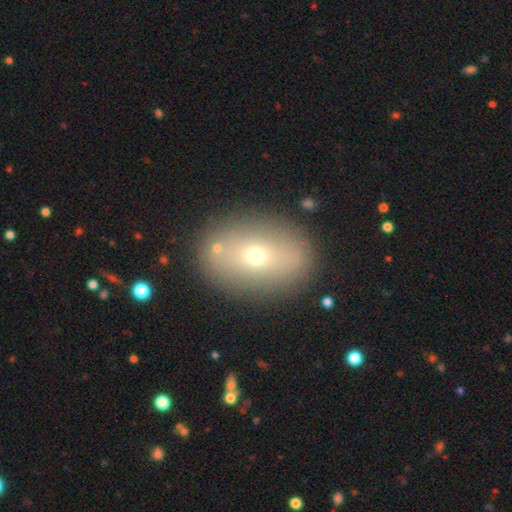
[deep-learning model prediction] A smooth galaxy with no disk features (59%) that is in between round and cigar-shaped (71%).

Vote fractions:
- Smooth or featured? smooth: 59% / featured or disk: 26% / star or artifact: 15%
- How rounded? in between: 71% / round: 28% / cigar-shaped: 2%
- Merging? none: 84% / minor disturbance: 9% / merger: 4% / major disturbance: 3%